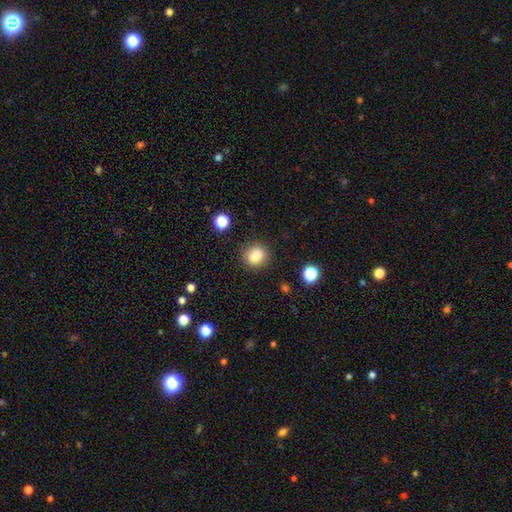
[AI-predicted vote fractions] smooth_or_featured: smooth (p=0.83) [alt: star or artifact p=0.10]
how_rounded: round (p=0.69) [alt: in between p=0.30]
merging: none (p=0.85) [alt: minor disturbance p=0.09]